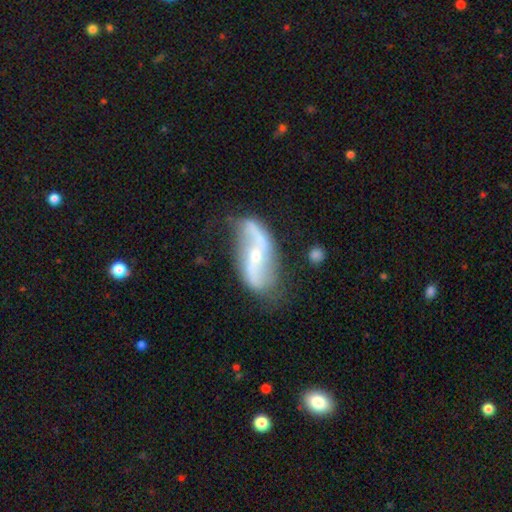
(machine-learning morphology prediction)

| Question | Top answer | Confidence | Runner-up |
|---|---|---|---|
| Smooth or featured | featured or disk | 84% | smooth (10%) |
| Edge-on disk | no | 94% | yes (6%) |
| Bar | no | 37% | strong (34%) |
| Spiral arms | yes | 91% | no (9%) |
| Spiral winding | loose | 83% | medium (13%) |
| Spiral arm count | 2 | 91% | can't tell (3%) |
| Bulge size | small | 58% | moderate (37%) |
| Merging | none | 61% | minor disturbance (23%) |